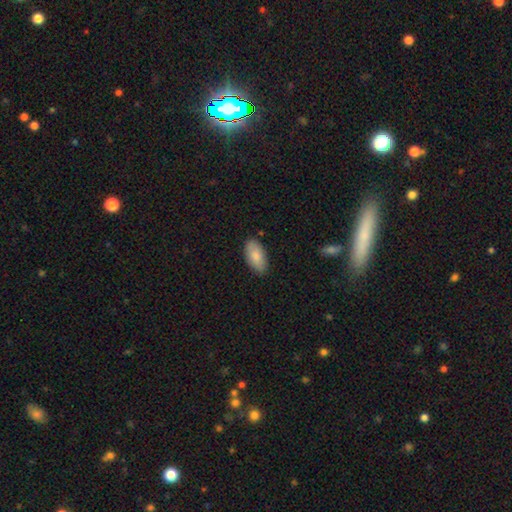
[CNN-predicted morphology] A smooth galaxy with no disk features (83%) that is in between round and cigar-shaped (95%). Merging: none (84%).